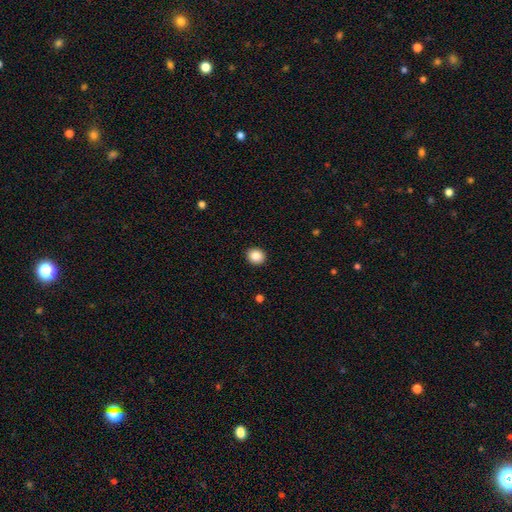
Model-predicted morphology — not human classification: A smooth galaxy with no disk features (87%) that is round (77%).

Vote fractions:
- Smooth or featured? smooth: 87% / star or artifact: 9% / featured or disk: 4%
- How rounded? round: 77% / in between: 22% / cigar-shaped: 1%
- Merging? none: 92% / minor disturbance: 5% / major disturbance: 2% / merger: 1%